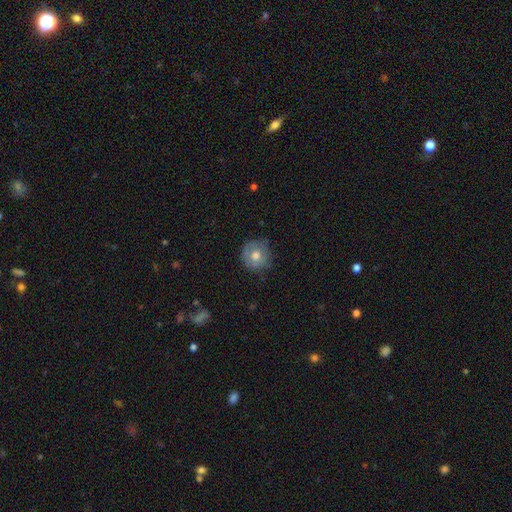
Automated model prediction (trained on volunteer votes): Smooth or featured? smooth (61%)
How rounded? round (91%)
Merging? none (76%)